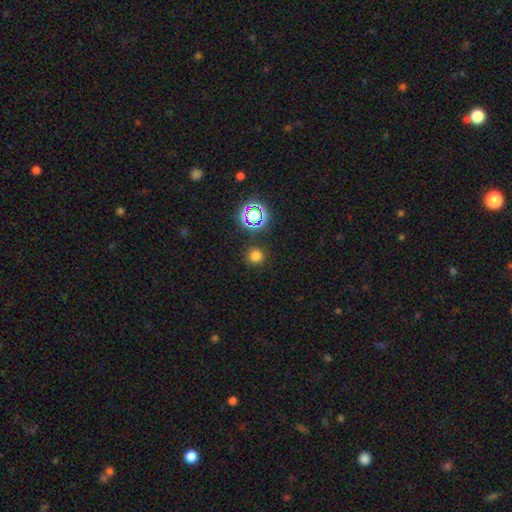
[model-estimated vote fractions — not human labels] A smooth galaxy with no disk features (74%) that is round (94%). Merging: none (90%).